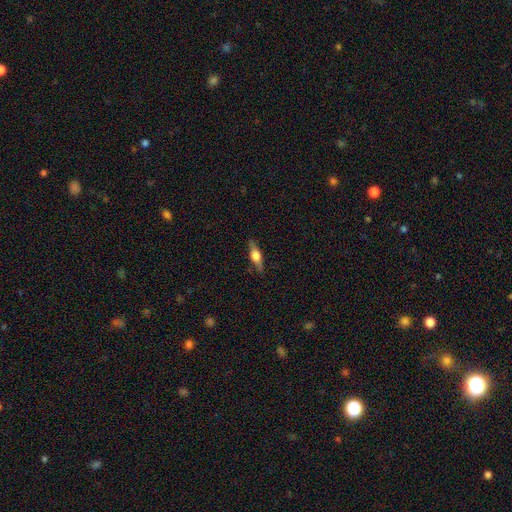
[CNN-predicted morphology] type=featured or disk (54%); edge-on=yes (94%); edge-on bulge=rounded (90%); merging=none (85%).